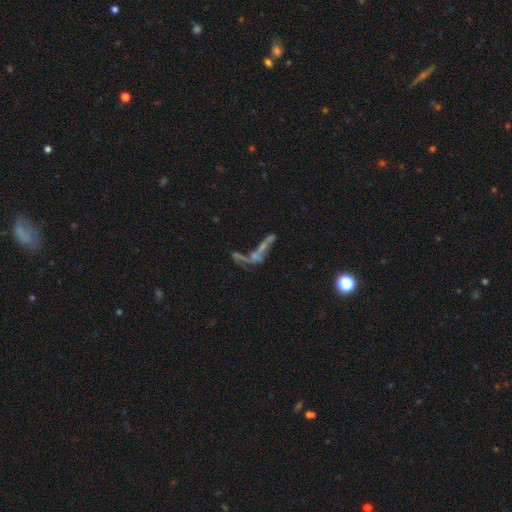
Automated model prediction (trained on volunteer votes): This is possibly a featured or disk galaxy (46%). Merging: marginally merger (45%).